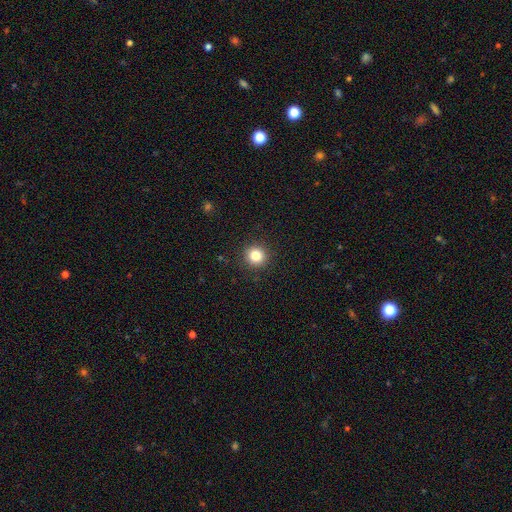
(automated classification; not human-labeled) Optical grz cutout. It shows a smooth galaxy with no disk features (83%) that is round (93%). Merging: none (92%).